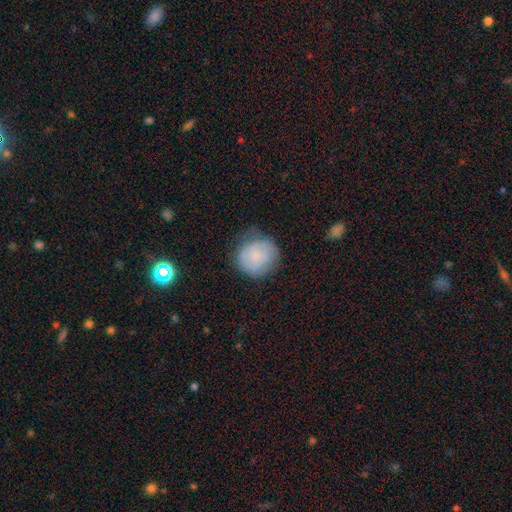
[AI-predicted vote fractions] This is possibly a smooth galaxy (57%). How rounded: clearly round (87%). Merging: likely none (69%).